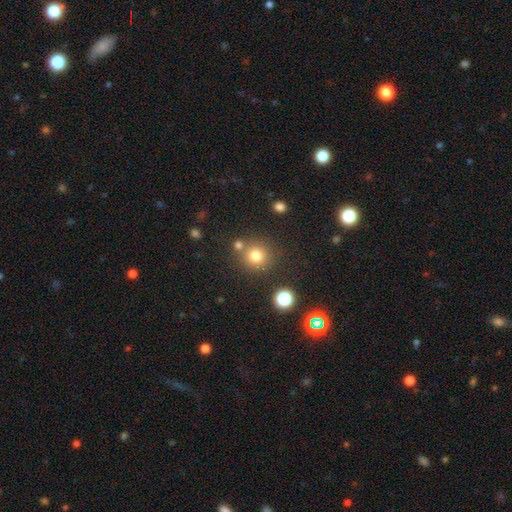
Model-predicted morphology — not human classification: Overall: smooth (77%). How rounded: round (93%). Merging: none (77%).